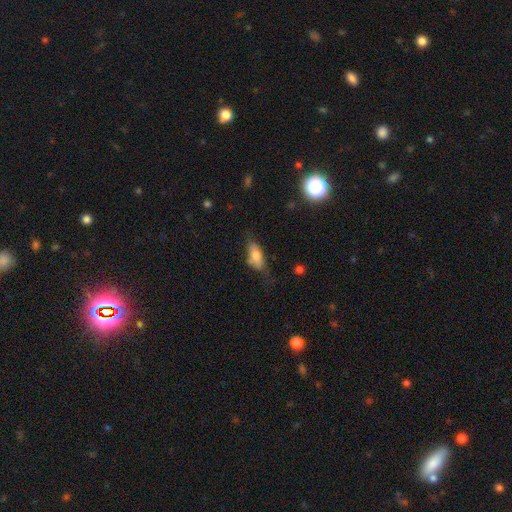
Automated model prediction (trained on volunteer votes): A smooth galaxy with no disk features (70%) that is in between round and cigar-shaped (78%).

Vote fractions:
- Smooth or featured? smooth: 70% / featured or disk: 23% / star or artifact: 7%
- How rounded? in between: 78% / cigar-shaped: 19% / round: 3%
- Merging? none: 53% / minor disturbance: 31% / major disturbance: 12% / merger: 4%